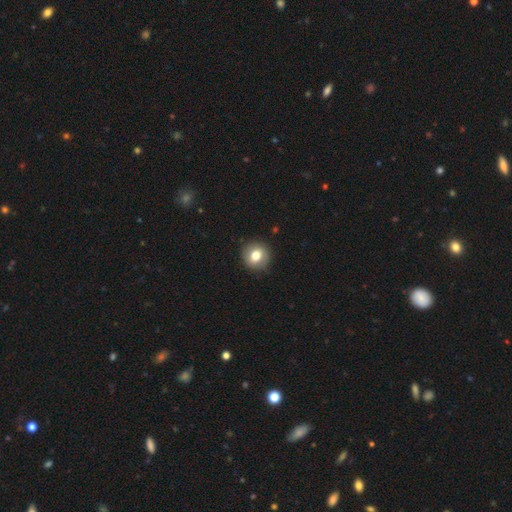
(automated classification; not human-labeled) smooth 76%, featured or disk 15%, star or artifact 9%. Down the decision tree: how rounded — round (90%); merging — none (89%).